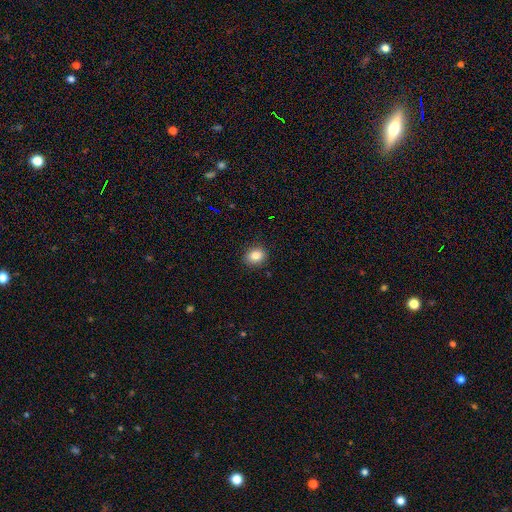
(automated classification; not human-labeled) This appears to be a smooth galaxy with no disk features (85%) that is round (53%). Merging: none (88%).